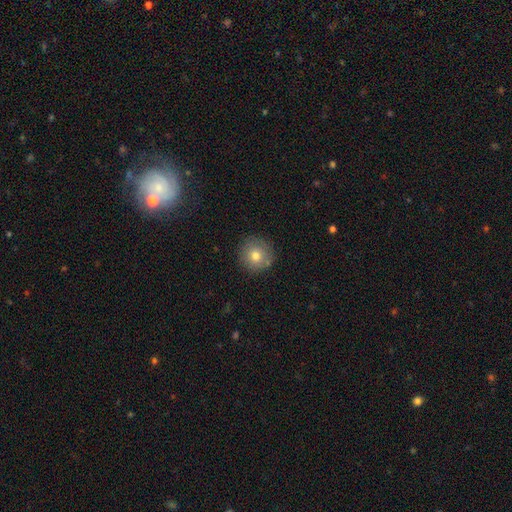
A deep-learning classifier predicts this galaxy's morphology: This appears to be a smooth galaxy with no disk features (77%) that is round (95%). Merging: none (85%).